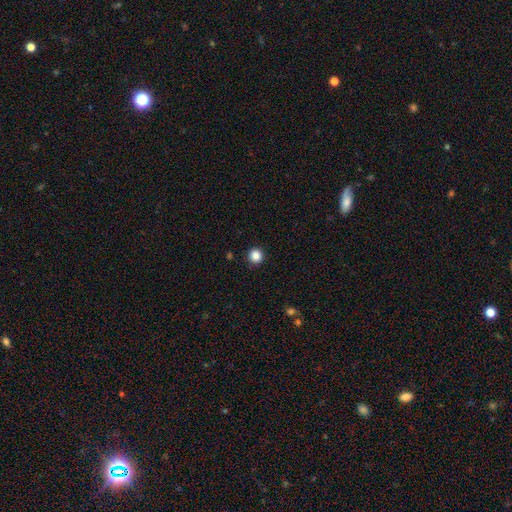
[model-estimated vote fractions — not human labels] smooth_or_featured: smooth (p=0.86) [alt: star or artifact p=0.11]
how_rounded: round (p=0.96) [alt: in between p=0.03]
merging: none (p=0.93) [alt: minor disturbance p=0.05]